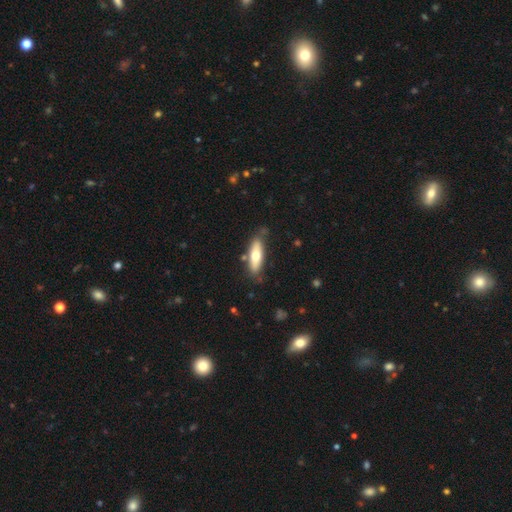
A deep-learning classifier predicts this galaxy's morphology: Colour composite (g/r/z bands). It shows a smooth galaxy with no disk features (64%) that is in between round and cigar-shaped (53%). Merging: none (77%).